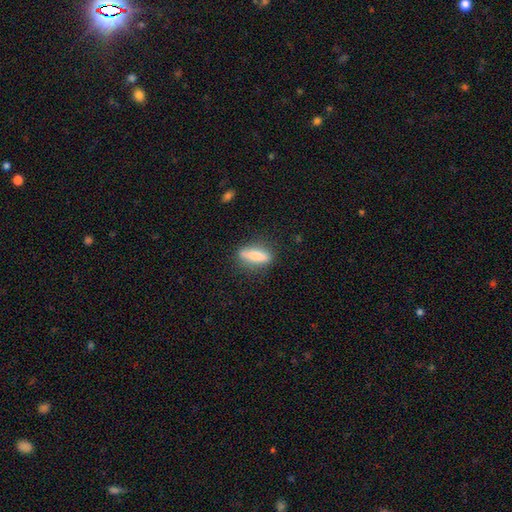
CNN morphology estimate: This appears to be a smooth galaxy with no disk features (72%) that is cigar-shaped (60%). Merging: none (80%).